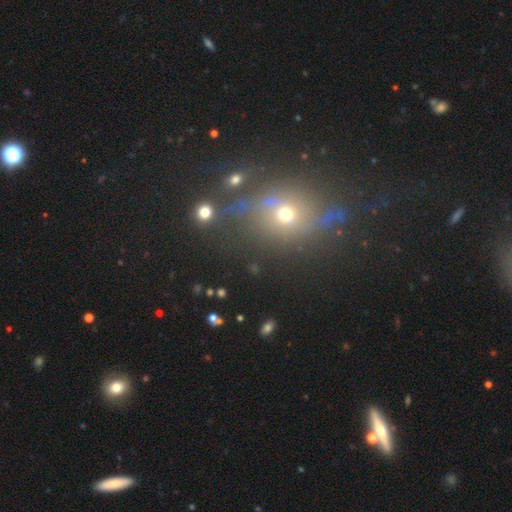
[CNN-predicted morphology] Smooth or featured? Predicted: smooth (p=0.42). Merging? Predicted: none (p=0.72).